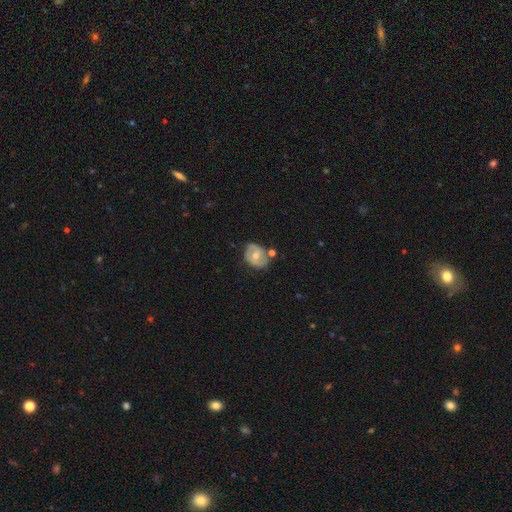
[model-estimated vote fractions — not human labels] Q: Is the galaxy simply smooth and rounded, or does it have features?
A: featured or disk — 57%.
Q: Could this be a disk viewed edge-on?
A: no — 96%.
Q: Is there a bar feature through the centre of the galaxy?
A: no — 61%.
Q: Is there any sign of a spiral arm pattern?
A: yes — 68%.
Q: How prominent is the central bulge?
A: moderate — 66%.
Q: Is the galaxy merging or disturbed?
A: none — 59%.